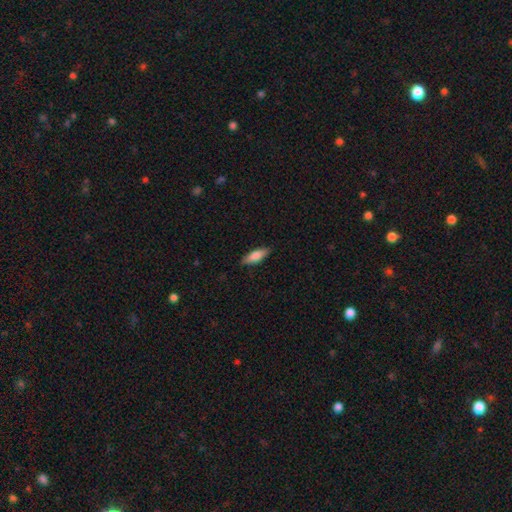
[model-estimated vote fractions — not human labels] smooth_or_featured: smooth (p=0.78) [alt: featured or disk p=0.17]
how_rounded: in between (p=0.55) [alt: cigar-shaped p=0.43]
merging: none (p=0.87) [alt: minor disturbance p=0.10]